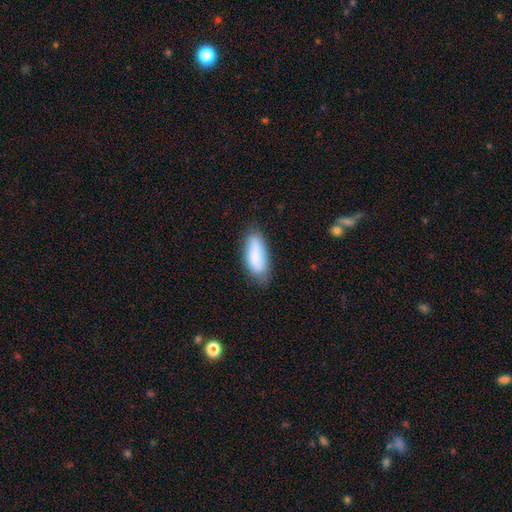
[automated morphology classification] smooth_or_featured: smooth (p=0.80) [alt: featured or disk p=0.14]
how_rounded: in between (p=0.73) [alt: cigar-shaped p=0.25]
merging: none (p=0.74) [alt: minor disturbance p=0.20]